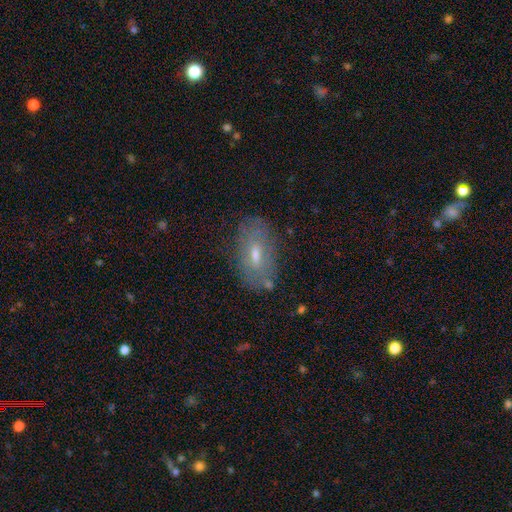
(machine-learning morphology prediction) type=featured or disk (45%); merging=none (75%).